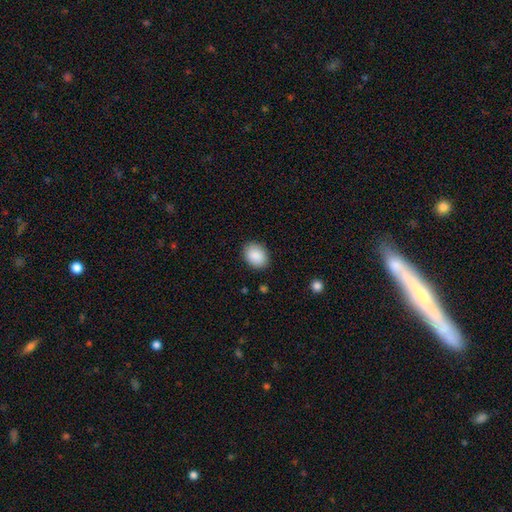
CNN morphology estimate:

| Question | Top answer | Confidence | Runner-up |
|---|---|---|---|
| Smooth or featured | smooth | 90% | star or artifact (7%) |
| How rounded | in between | 67% | round (32%) |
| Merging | none | 87% | minor disturbance (9%) |